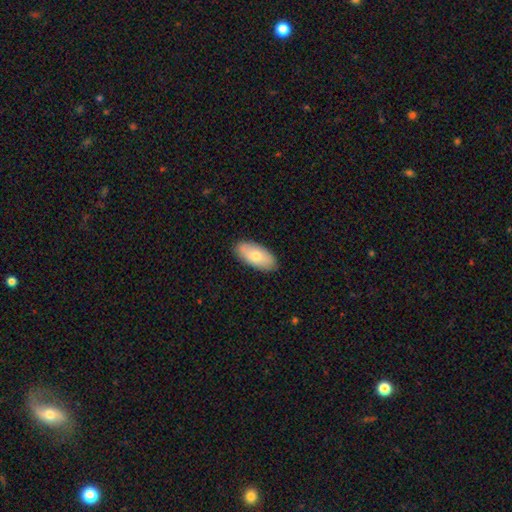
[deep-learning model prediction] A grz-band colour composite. It shows a smooth galaxy with no disk features (72%) that is in between round and cigar-shaped (92%). Merging: none (87%).